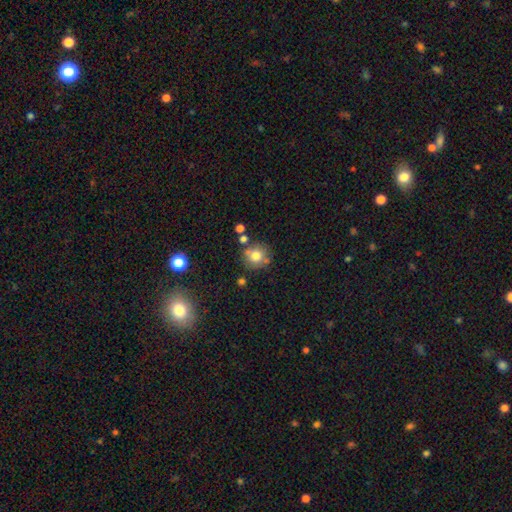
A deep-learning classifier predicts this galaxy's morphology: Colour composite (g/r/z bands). It shows a smooth galaxy with no disk features (74%) that is round (89%). Merging: none (71%).